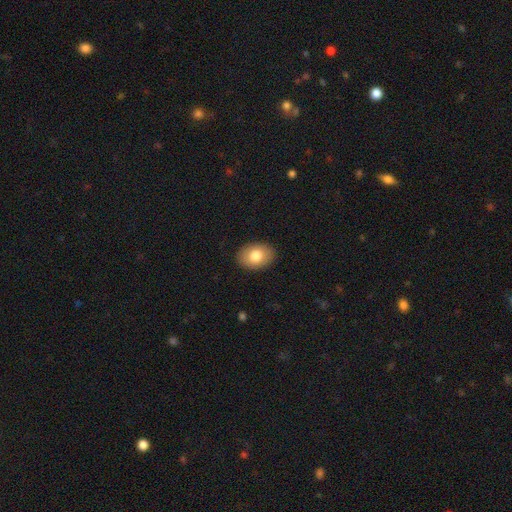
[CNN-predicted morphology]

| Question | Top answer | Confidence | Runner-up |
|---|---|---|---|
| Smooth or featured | smooth | 80% | featured or disk (13%) |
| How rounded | in between | 81% | round (18%) |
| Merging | none | 90% | minor disturbance (7%) |